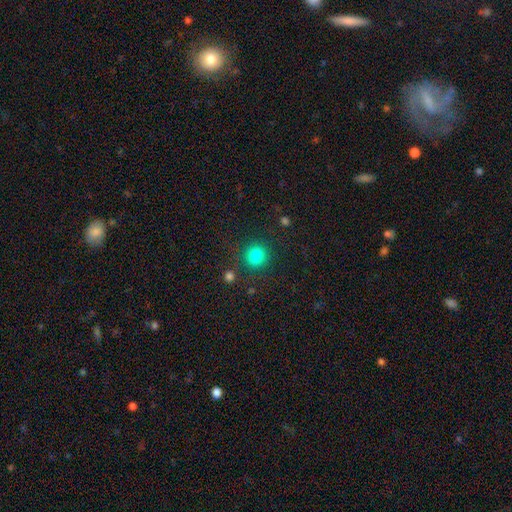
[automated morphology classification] Smooth or featured? Predicted: smooth (p=0.83). How rounded? Predicted: round (p=0.92). Merging? Predicted: none (p=0.86).